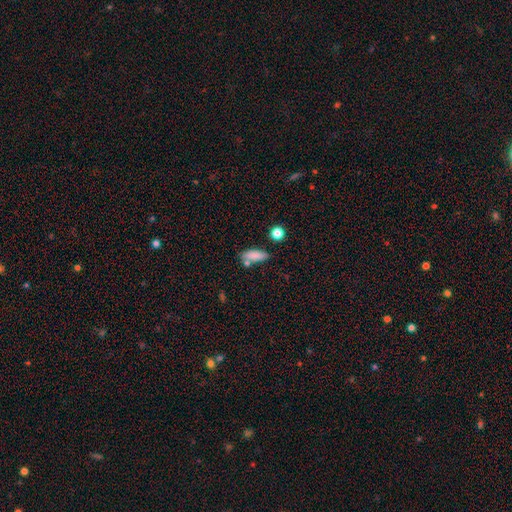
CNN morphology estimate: Smooth or featured?
  - smooth: 82% *
  - star or artifact: 9%
  - featured or disk: 9%
How rounded?
  - in between: 62% *
  - cigar-shaped: 34%
  - round: 4%
Merging?
  - none: 64% *
  - minor disturbance: 18%
  - merger: 12%
  - major disturbance: 5%